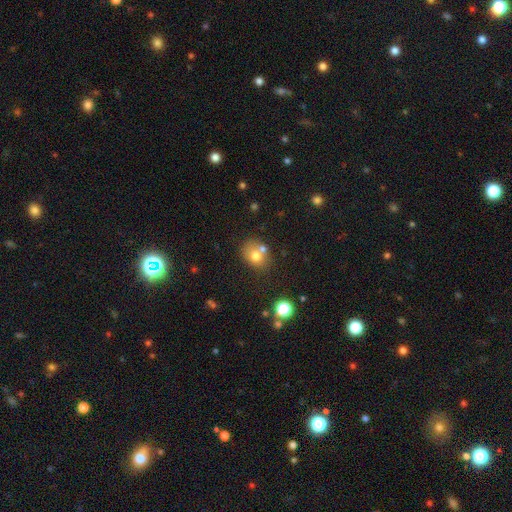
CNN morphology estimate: A smooth galaxy with no disk features (70%) that is round (55%).

Vote fractions:
- Smooth or featured? smooth: 70% / featured or disk: 17% / star or artifact: 13%
- How rounded? round: 55% / in between: 44% / cigar-shaped: 1%
- Merging? none: 52% / merger: 31% / minor disturbance: 13% / major disturbance: 5%